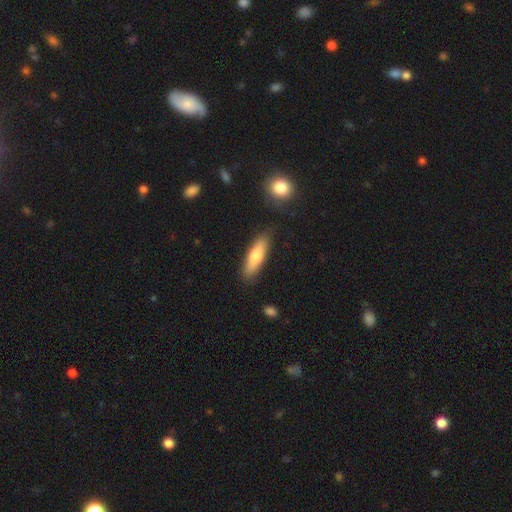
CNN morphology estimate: type=smooth (72%); roundness=cigar-shaped (65%); merging=none (84%).